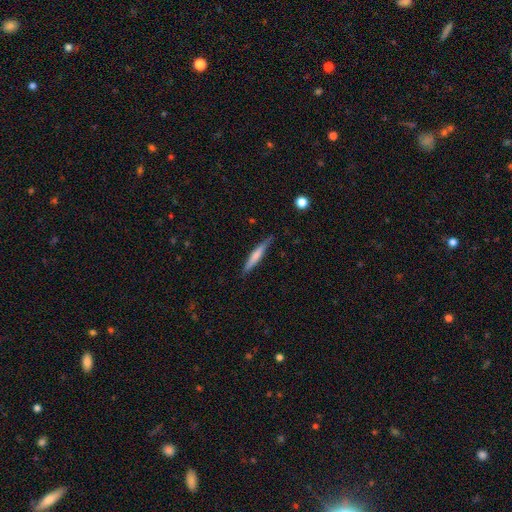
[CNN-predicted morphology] smooth_or_featured: smooth (p=0.57) [alt: featured or disk p=0.38]
how_rounded: cigar-shaped (p=0.93) [alt: in between p=0.06]
merging: none (p=0.81) [alt: minor disturbance p=0.15]